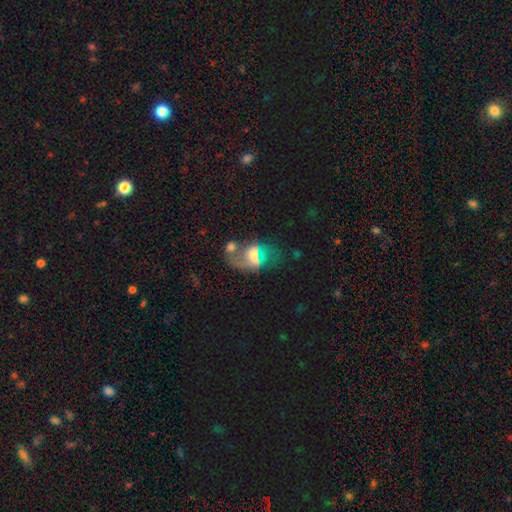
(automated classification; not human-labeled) featured or disk 48%, smooth 35%, star or artifact 16%. Down the decision tree: merging — merger (33%).